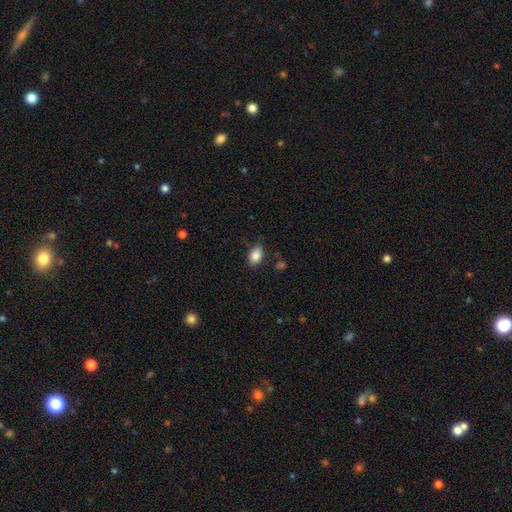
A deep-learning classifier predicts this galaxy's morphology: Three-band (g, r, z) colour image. It shows a smooth galaxy with no disk features (87%) that is in between round and cigar-shaped (85%). Merging: none (80%).